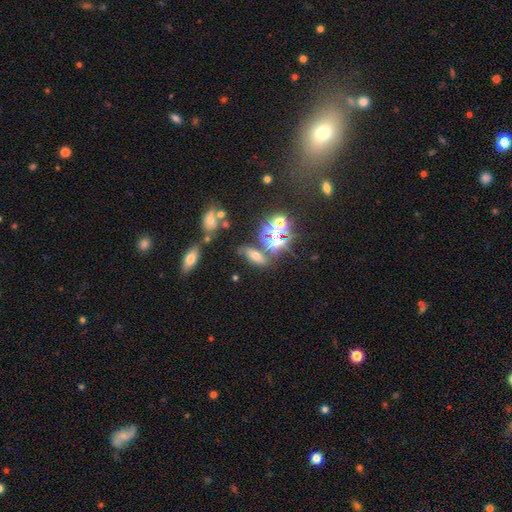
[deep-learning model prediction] Morphology: type=smooth (51%); roundness=in between (65%); merging=none (66%).